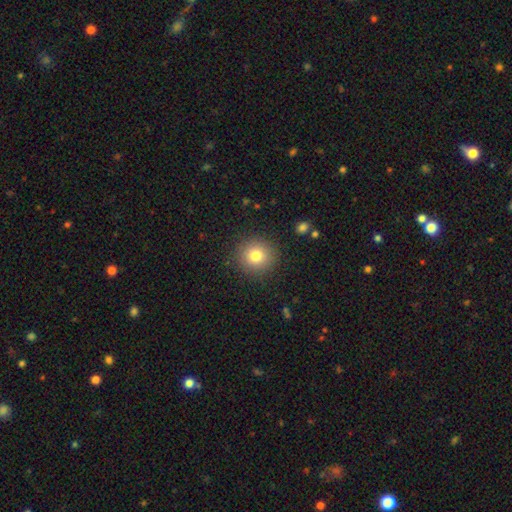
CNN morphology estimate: smooth 80%, star or artifact 12%, featured or disk 9%. Down the decision tree: how rounded — round (92%); merging — none (90%).